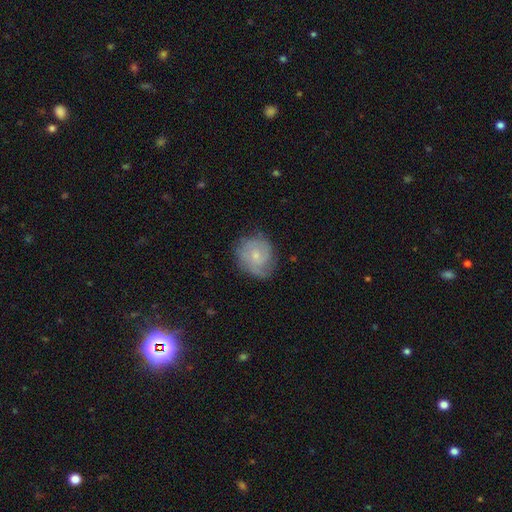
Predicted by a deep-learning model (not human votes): This appears to be a featured or disk galaxy (51%). Merging: none (67%).